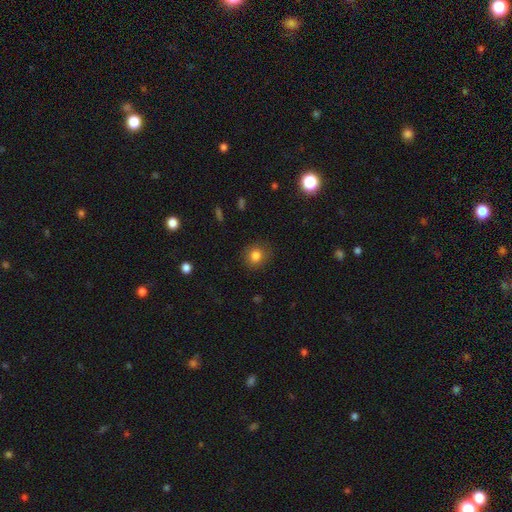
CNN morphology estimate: smooth_or_featured: smooth (p=0.82) [alt: star or artifact p=0.11]
how_rounded: round (p=0.82) [alt: in between p=0.17]
merging: none (p=0.85) [alt: minor disturbance p=0.11]